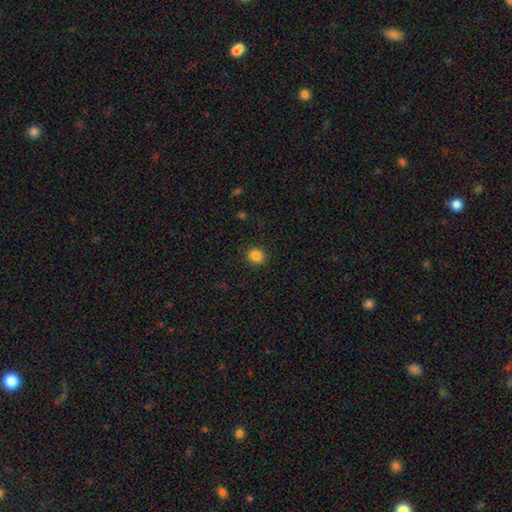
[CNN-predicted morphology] smooth_or_featured: smooth (p=0.85) [alt: star or artifact p=0.11]
how_rounded: round (p=0.83) [alt: in between p=0.16]
merging: none (p=0.90) [alt: minor disturbance p=0.07]